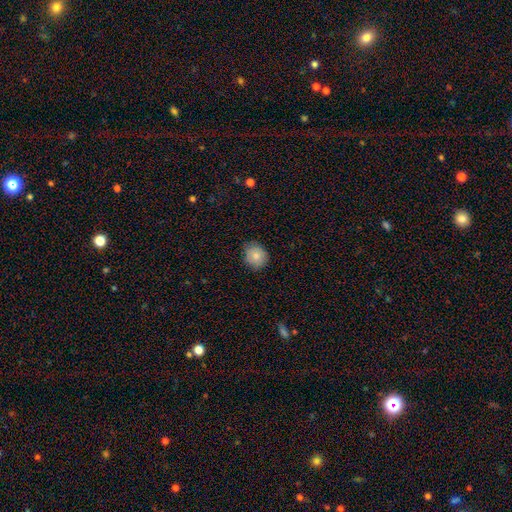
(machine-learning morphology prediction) Smooth or featured: smooth — 80% (featured or disk — 12%)
How rounded: round — 76% (in between — 23%)
Merging: none — 80% (minor disturbance — 16%)